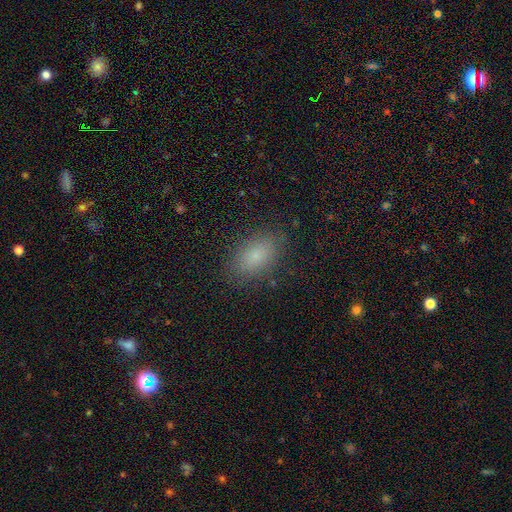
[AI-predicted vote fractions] This appears to be a smooth galaxy with no disk features (81%) that is in between round and cigar-shaped (90%). Merging: none (85%).